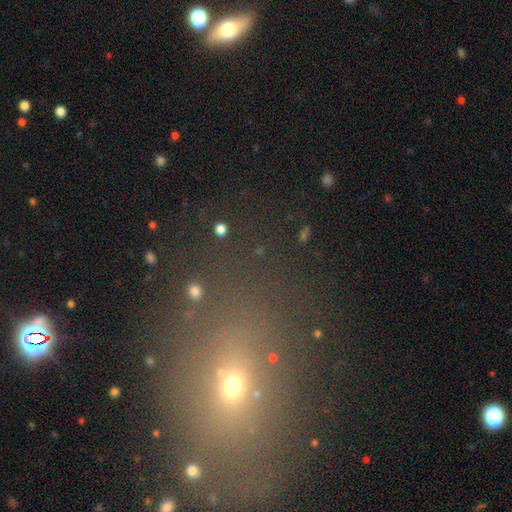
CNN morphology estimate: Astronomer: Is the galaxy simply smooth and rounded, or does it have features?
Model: smooth — 44% (runner-up: star or artifact, 41%).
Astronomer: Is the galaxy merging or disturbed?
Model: none — 78%.